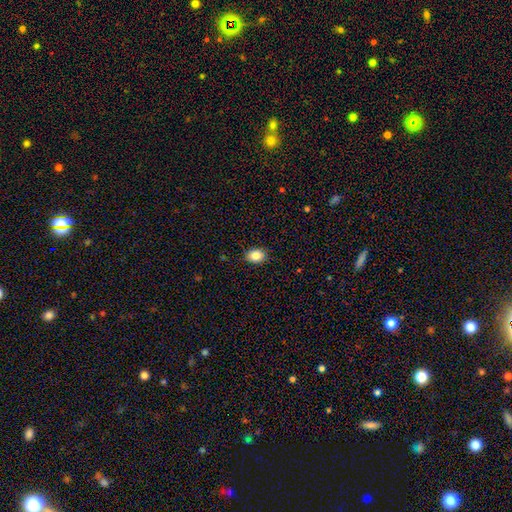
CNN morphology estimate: Smooth or featured: smooth — 84% (star or artifact — 9%)
How rounded: in between — 56% (round — 43%)
Merging: none — 87% (minor disturbance — 10%)